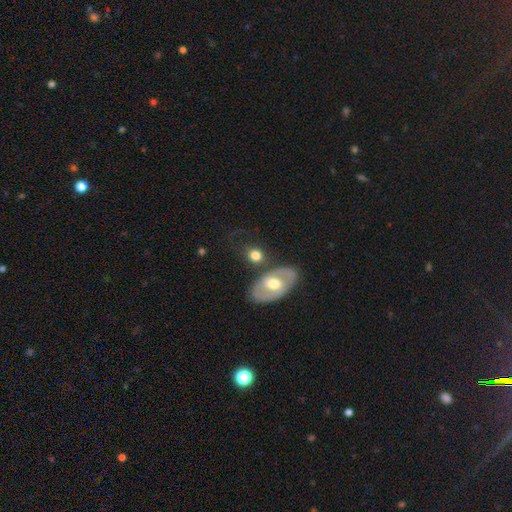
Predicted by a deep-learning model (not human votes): Morphology: type=smooth (65%); roundness=round (50%); merging=none (64%).